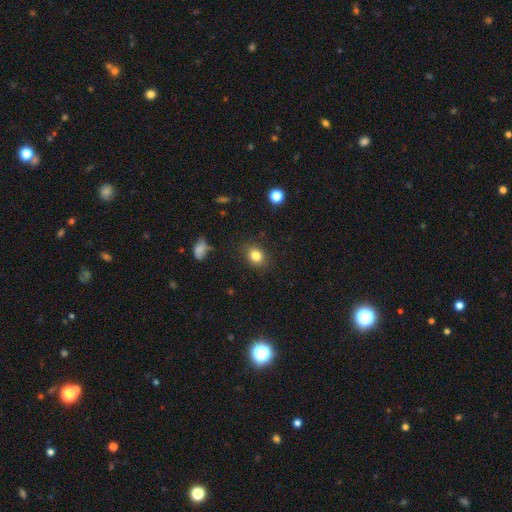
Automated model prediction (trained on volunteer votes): Smooth or featured?
  - smooth: 82% *
  - star or artifact: 11%
  - featured or disk: 7%
How rounded?
  - in between: 56% *
  - round: 42%
  - cigar-shaped: 1%
Merging?
  - none: 84% *
  - minor disturbance: 11%
  - major disturbance: 3%
  - merger: 1%